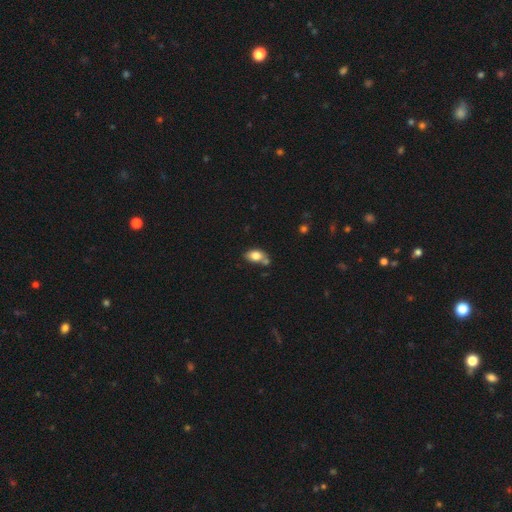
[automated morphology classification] A smooth galaxy with no disk features (80%) that is in between round and cigar-shaped (87%). Merging: none (49%).